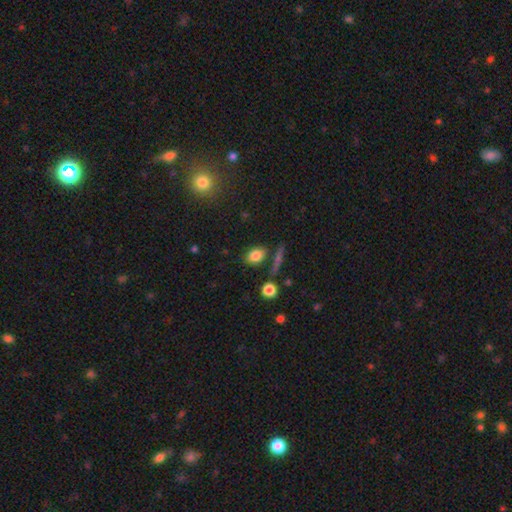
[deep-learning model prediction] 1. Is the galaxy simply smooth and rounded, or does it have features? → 82% smooth, 10% star or artifact, 8% featured or disk.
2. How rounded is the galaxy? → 75% in between, 21% round, 3% cigar-shaped.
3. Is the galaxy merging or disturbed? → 75% none, 13% minor disturbance, 8% merger, 4% major disturbance.